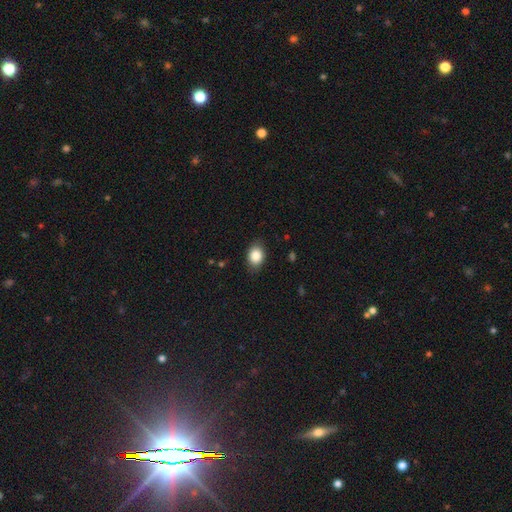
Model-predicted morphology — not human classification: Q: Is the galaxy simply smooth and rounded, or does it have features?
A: smooth — 85%.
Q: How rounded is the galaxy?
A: in between — 69%.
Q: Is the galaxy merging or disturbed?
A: none — 81%.